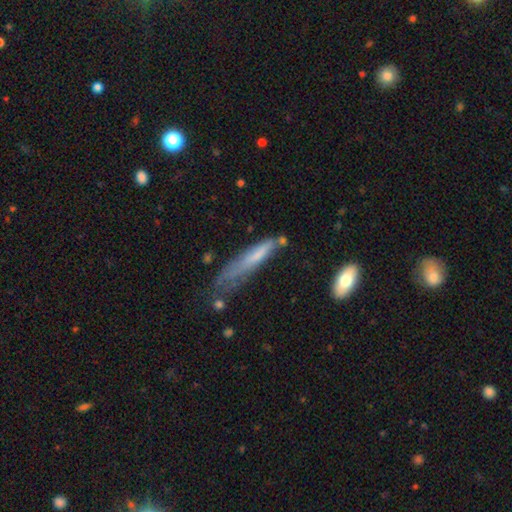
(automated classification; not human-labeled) The model was most divided on "merging" (2-way tie): minor disturbance: 32%, none: 32%, major disturbance: 27%, merger: 8%. More confident: how rounded — cigar-shaped (86%); smooth or featured — smooth (61%).